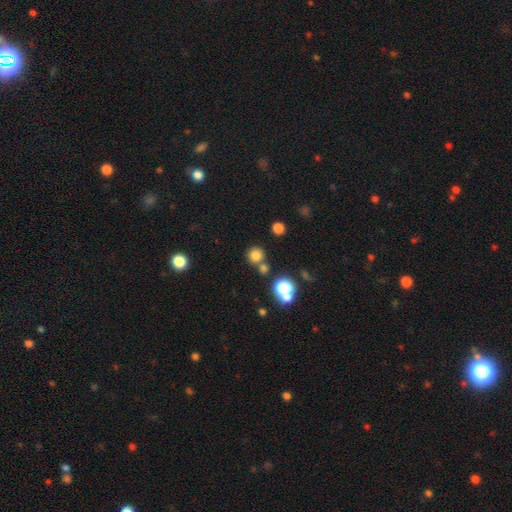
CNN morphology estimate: Overall: smooth (76%). How rounded: round (91%). Merging: none (71%).